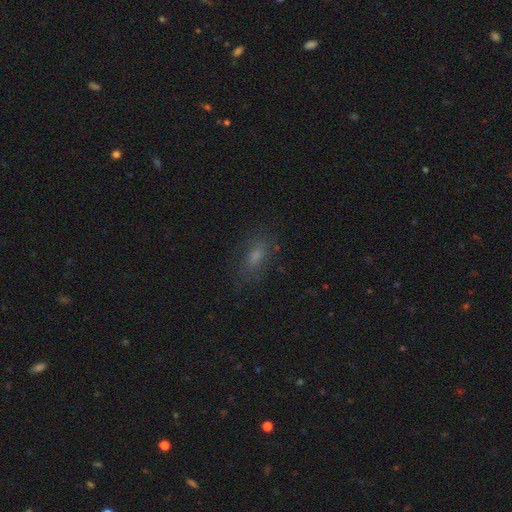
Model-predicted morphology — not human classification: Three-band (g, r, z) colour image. It shows a smooth galaxy with no disk features (61%) that is in between round and cigar-shaped (77%). Merging: none (76%).